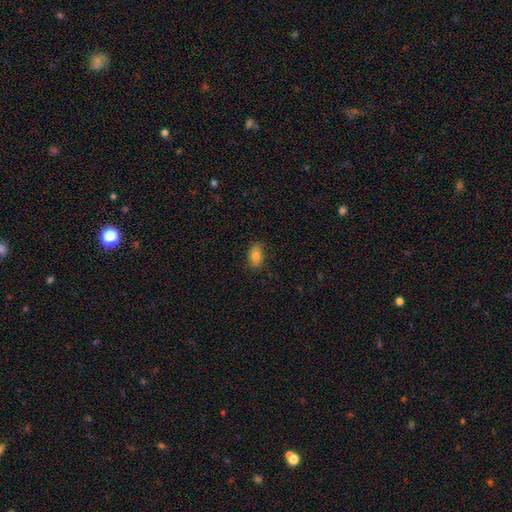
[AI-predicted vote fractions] smooth_or_featured: smooth (p=0.81) [alt: featured or disk p=0.10]
how_rounded: in between (p=0.88) [alt: round p=0.10]
merging: none (p=0.81) [alt: minor disturbance p=0.15]